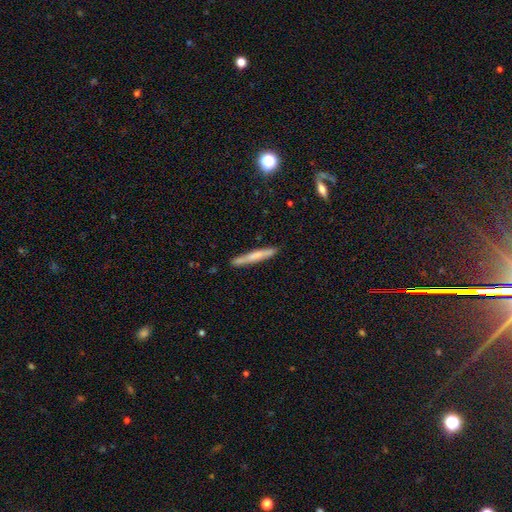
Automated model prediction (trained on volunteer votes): Smooth or featured: smooth — 57% (featured or disk — 36%)
How rounded: cigar-shaped — 95% (in between — 3%)
Merging: none — 87% (minor disturbance — 9%)